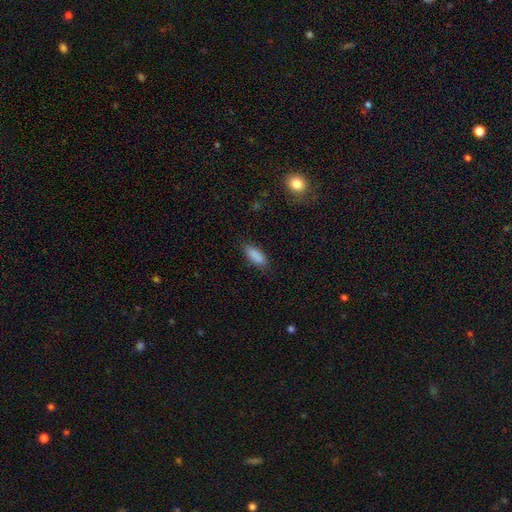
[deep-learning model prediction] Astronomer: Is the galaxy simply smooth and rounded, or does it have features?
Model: smooth — 88%.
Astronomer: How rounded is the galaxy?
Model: in between — 72%.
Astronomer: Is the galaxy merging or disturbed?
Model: none — 82%.